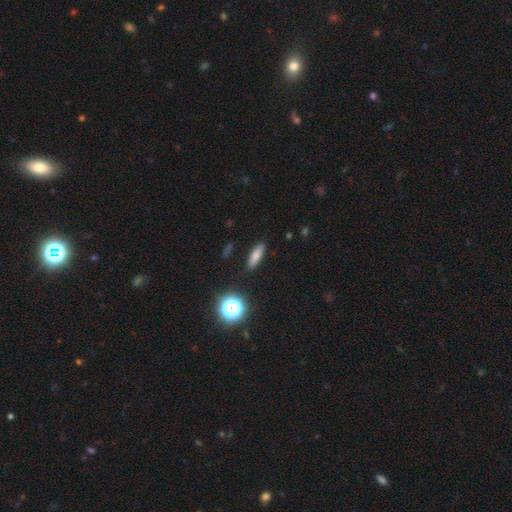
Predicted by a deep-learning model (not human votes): smooth 76%, star or artifact 13%, featured or disk 11%. Down the decision tree: how rounded — cigar-shaped (50%); merging — none (88%).